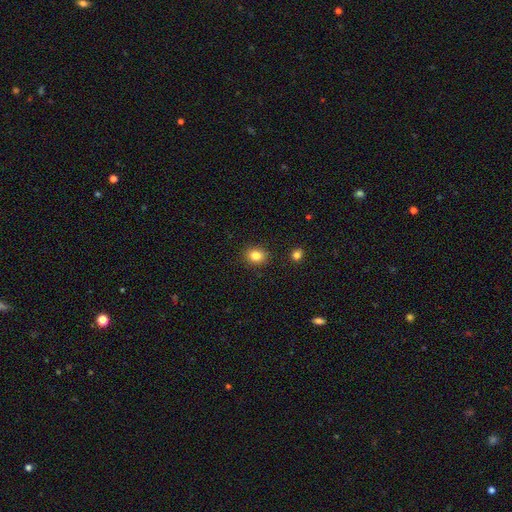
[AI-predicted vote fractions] Q: Smooth or featured?
A: smooth (84%); runner-up: star or artifact (10%)
Q: How rounded?
A: round (57%); runner-up: in between (42%)
Q: Merging?
A: none (88%); runner-up: minor disturbance (8%)